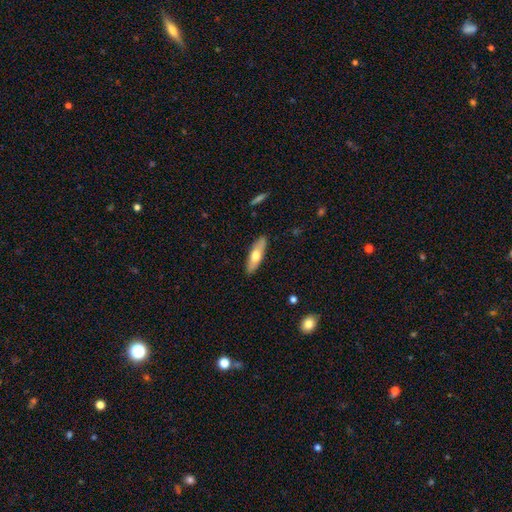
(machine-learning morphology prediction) This appears to be a smooth galaxy with no disk features (59%) that is cigar-shaped (59%). Merging: none (89%).